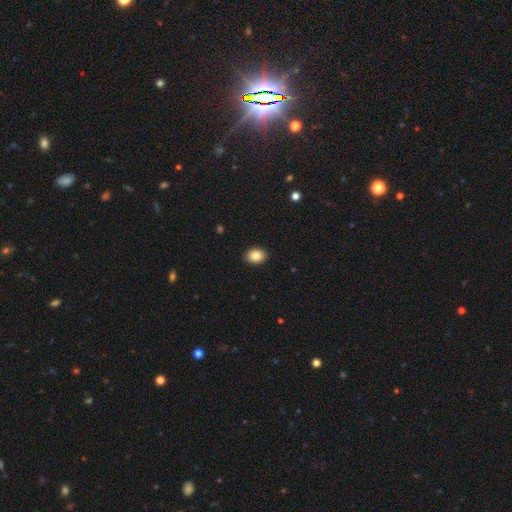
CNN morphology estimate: A smooth galaxy with no disk features (85%) that is in between round and cigar-shaped (71%).

Vote fractions:
- Smooth or featured? smooth: 85% / star or artifact: 8% / featured or disk: 7%
- How rounded? in between: 71% / round: 28% / cigar-shaped: 1%
- Merging? none: 90% / minor disturbance: 7% / major disturbance: 2% / merger: 1%